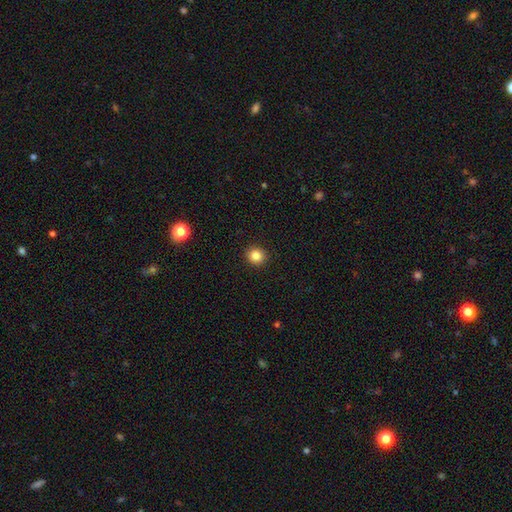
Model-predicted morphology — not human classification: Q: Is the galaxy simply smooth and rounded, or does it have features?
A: smooth — 85%.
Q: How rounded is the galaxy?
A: round — 87%.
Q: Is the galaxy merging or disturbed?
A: none — 92%.